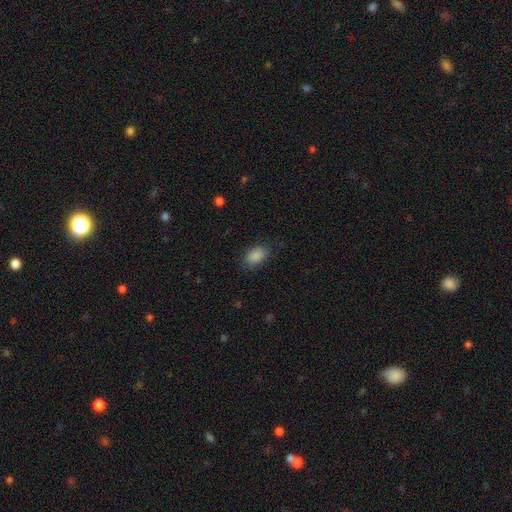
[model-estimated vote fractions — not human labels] Smooth or featured? Predicted: smooth (p=0.88). How rounded? Predicted: in between (p=0.87). Merging? Predicted: none (p=0.82).